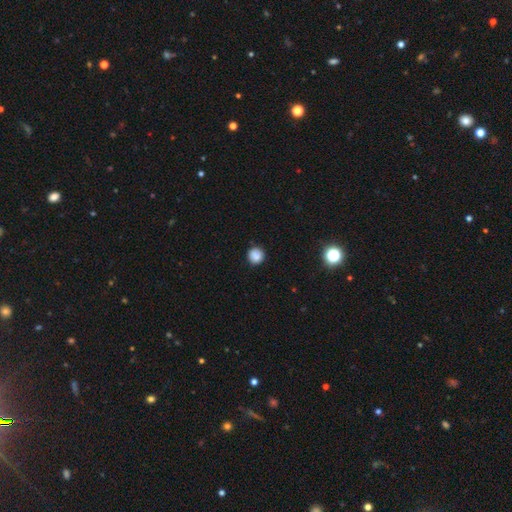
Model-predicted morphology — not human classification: The model was most divided on "smooth or featured": smooth: 85%, star or artifact: 11%, featured or disk: 4%. More confident: how rounded — round (95%); merging — none (89%).